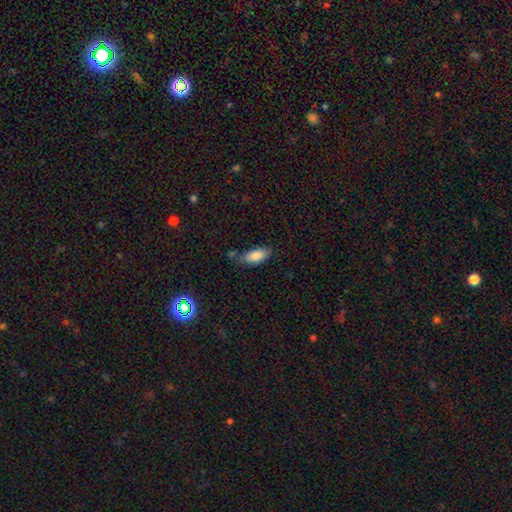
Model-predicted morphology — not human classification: The model was most divided on "merging": none: 66%, minor disturbance: 23%, merger: 6%, major disturbance: 5%. More confident: smooth or featured — smooth (86%); how rounded — in between (81%).